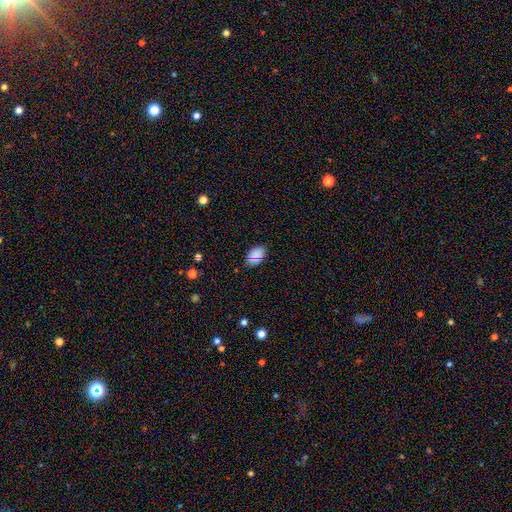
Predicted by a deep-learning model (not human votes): The model was most divided on "smooth or featured": smooth: 78%, star or artifact: 16%, featured or disk: 6%. More confident: how rounded — in between (90%); merging — none (85%).